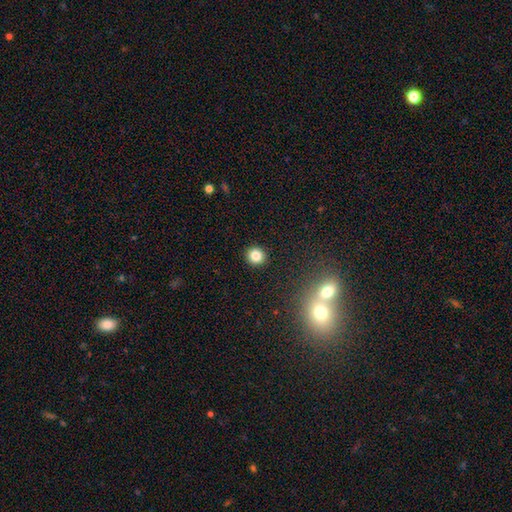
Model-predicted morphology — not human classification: type=smooth (83%); roundness=round (90%); merging=none (92%).